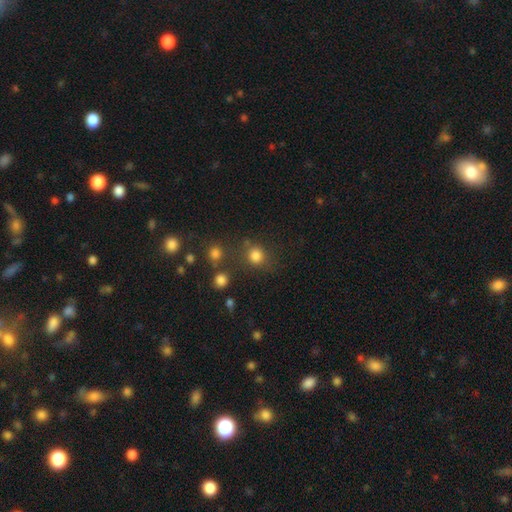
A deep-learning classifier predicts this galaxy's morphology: Smooth or featured? Predicted: smooth (p=0.81). How rounded? Predicted: round (p=0.82). Merging? Predicted: none (p=0.70).